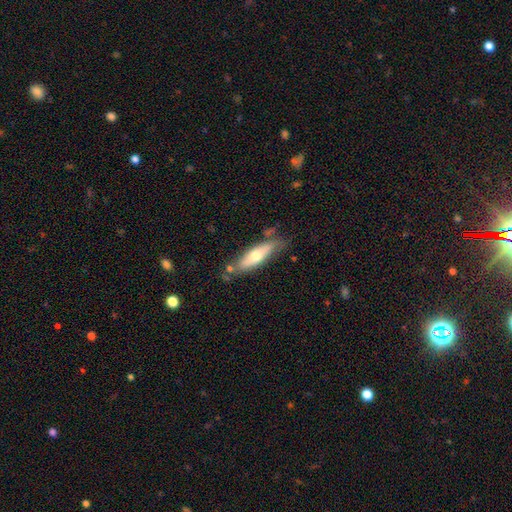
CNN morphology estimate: Overall: smooth (55%; featured or disk 39%). How rounded: cigar-shaped (53%; in between 45%). Merging: none (67%).